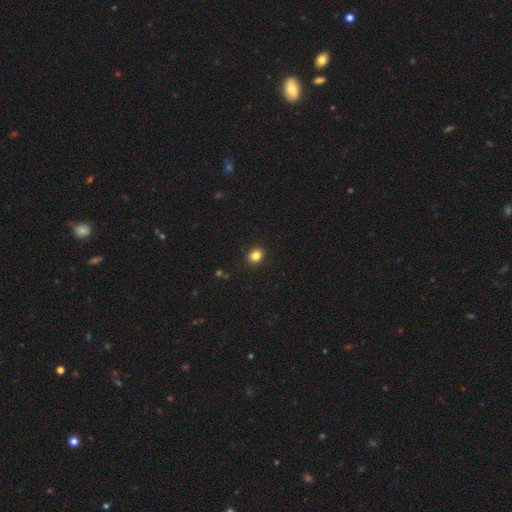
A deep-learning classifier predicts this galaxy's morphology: This is clearly a smooth galaxy (83%). How rounded: likely round (74%). Merging: clearly none (91%).